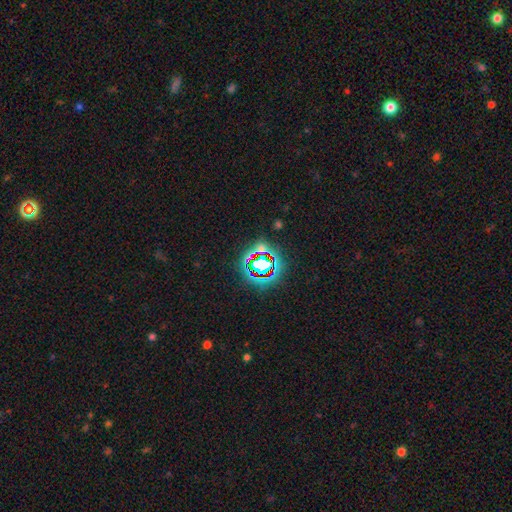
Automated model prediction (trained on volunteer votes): smooth-or-featured: star or artifact: 69% | smooth: 20% | featured or disk: 11%